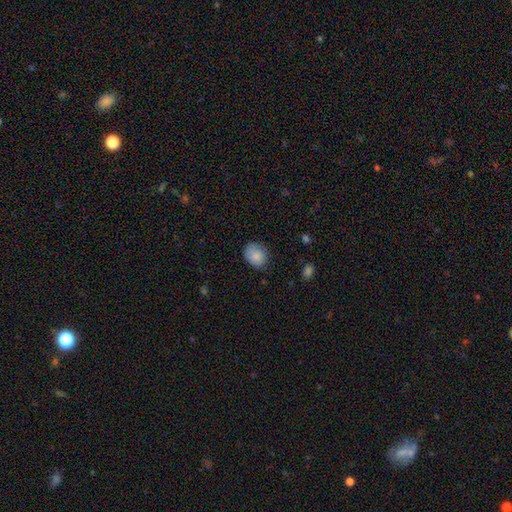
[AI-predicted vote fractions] Smooth or featured: smooth — 86% (star or artifact — 8%)
How rounded: round — 50% (in between — 49%)
Merging: none — 73% (minor disturbance — 21%)